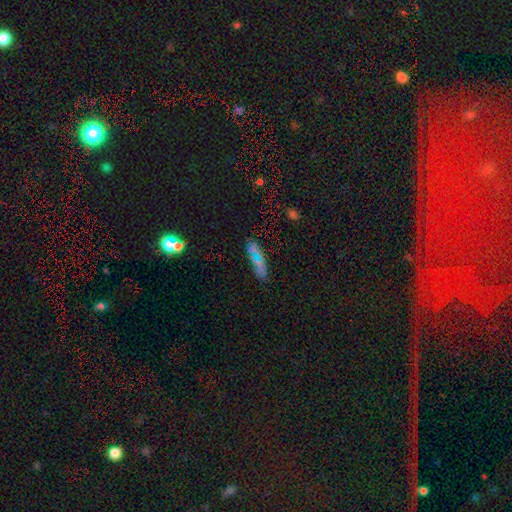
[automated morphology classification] This appears to be a smooth galaxy with no disk features (49%). Merging: none (76%).